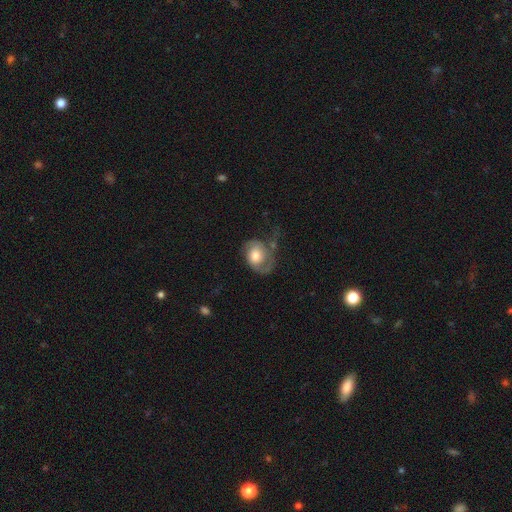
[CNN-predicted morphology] The model was most divided on "smooth or featured": featured or disk: 50%, smooth: 43%, star or artifact: 7%. Remaining: edge-on disk — no (96%); merging — major disturbance (38%).